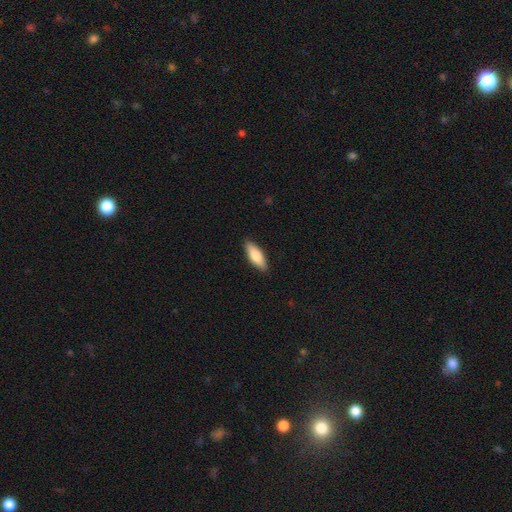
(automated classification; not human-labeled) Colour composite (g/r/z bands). It shows a smooth galaxy with no disk features (80%) that is in between round and cigar-shaped (66%). Merging: none (88%).